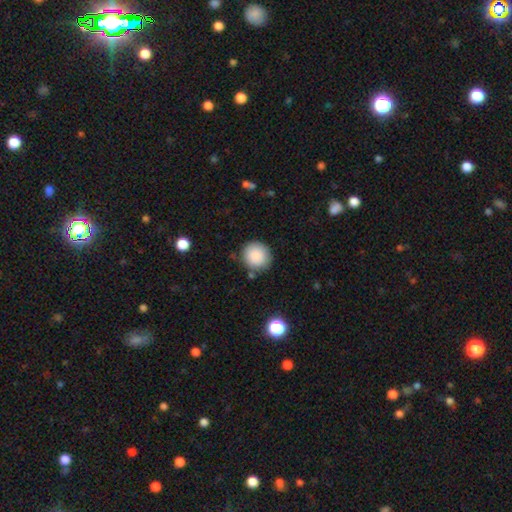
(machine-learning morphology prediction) A smooth galaxy with no disk features (88%) that is round (91%).

Vote fractions:
- Smooth or featured? smooth: 88% / star or artifact: 8% / featured or disk: 4%
- How rounded? round: 91% / in between: 8% / cigar-shaped: 1%
- Merging? none: 83% / minor disturbance: 11% / merger: 3% / major disturbance: 3%